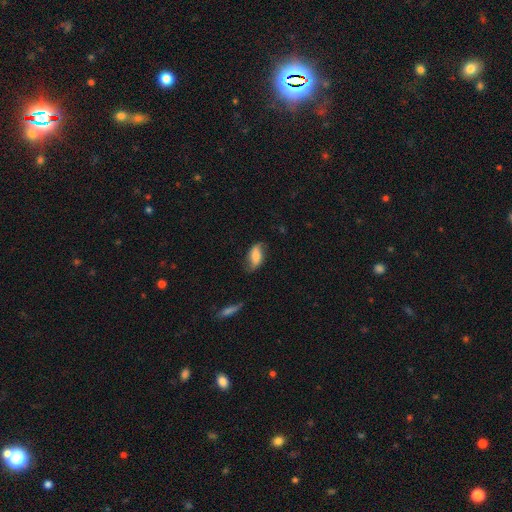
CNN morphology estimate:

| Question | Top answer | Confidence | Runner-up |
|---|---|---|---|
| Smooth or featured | smooth | 55% | featured or disk (37%) |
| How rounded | in between | 86% | cigar-shaped (9%) |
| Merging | none | 64% | minor disturbance (26%) |